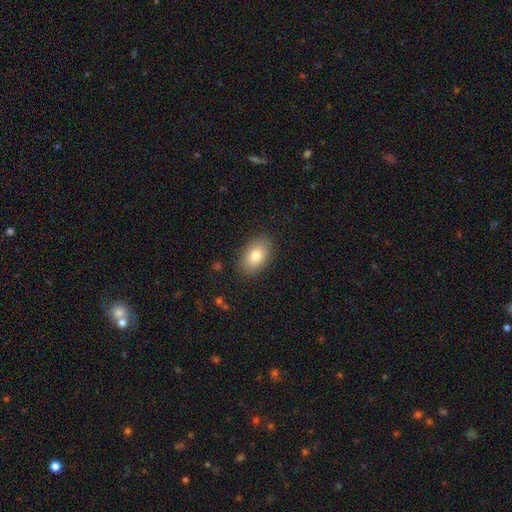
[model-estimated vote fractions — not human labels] Smooth or featured: smooth — 81% (featured or disk — 11%)
How rounded: in between — 90% (round — 9%)
Merging: none — 87% (minor disturbance — 9%)